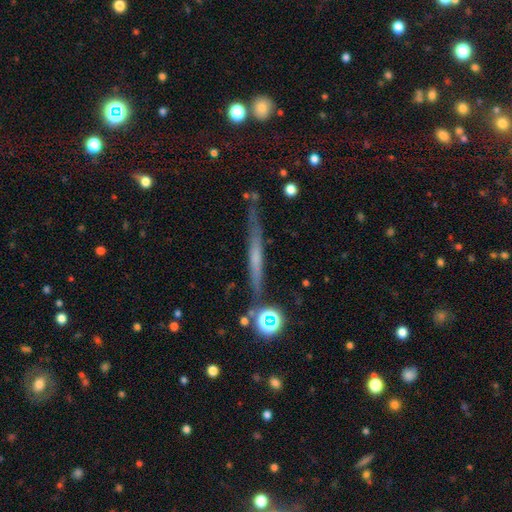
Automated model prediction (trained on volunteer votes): featured or disk 49%, smooth 38%, star or artifact 13%. Down the decision tree: merging — none (72%).